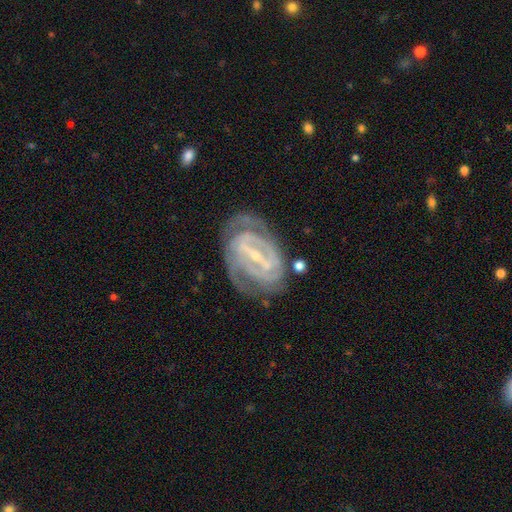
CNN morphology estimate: type=featured or disk (89%); edge-on=no (96%); bar=strong (68%); spiral arms=yes (95%); winding=tight (66%); arm count=2 (53%); bulge=small (74%); merging=none (72%).